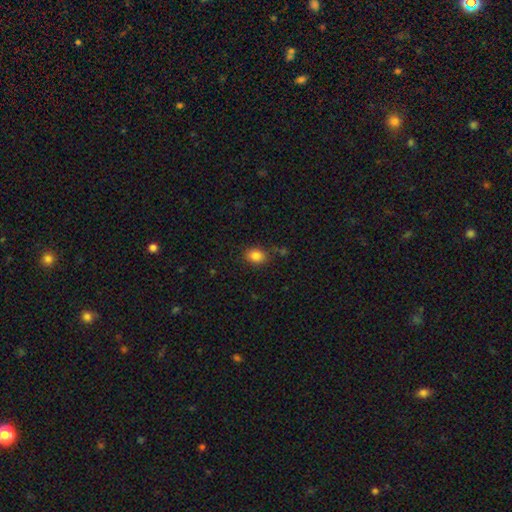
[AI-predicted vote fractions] Q: Smooth or featured?
A: smooth (85%); runner-up: star or artifact (10%)
Q: How rounded?
A: in between (61%); runner-up: round (38%)
Q: Merging?
A: none (77%); runner-up: minor disturbance (15%)